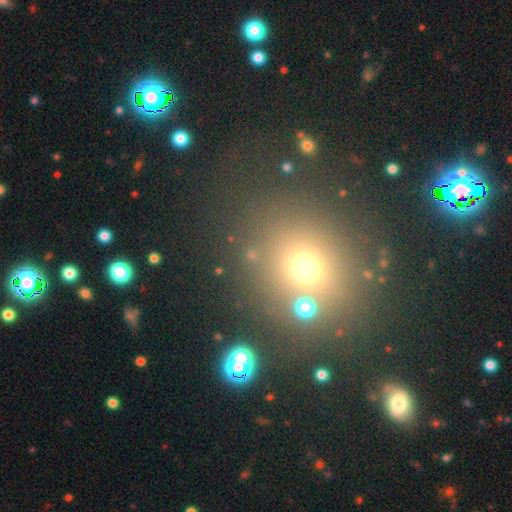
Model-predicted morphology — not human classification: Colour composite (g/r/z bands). It shows a smooth galaxy with no disk features (62%) that is round (75%). Merging: none (76%).